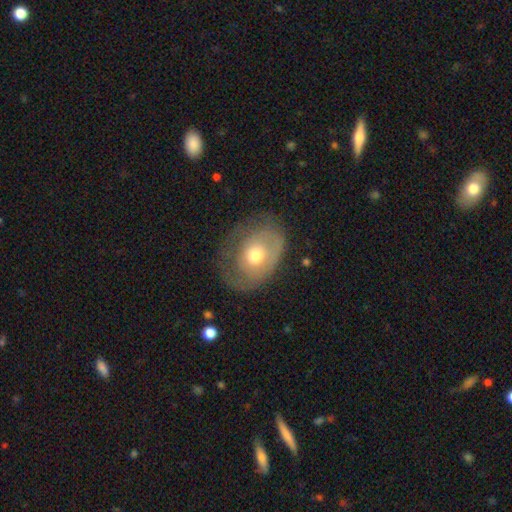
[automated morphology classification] Smooth or featured? featured or disk (47%)
Merging? none (50%)